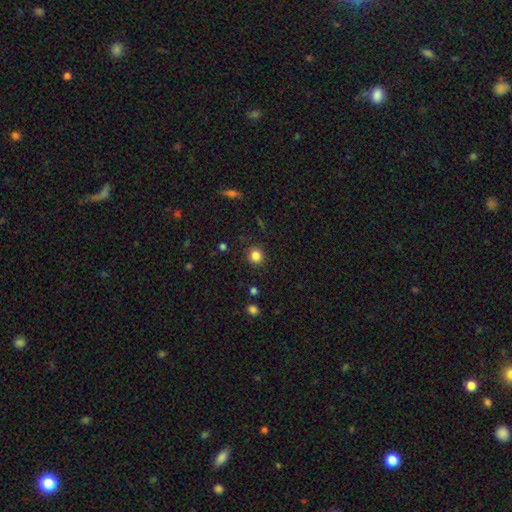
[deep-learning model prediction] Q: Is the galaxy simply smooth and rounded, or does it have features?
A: smooth — 84%.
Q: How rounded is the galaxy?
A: round — 92%.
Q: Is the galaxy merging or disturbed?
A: none — 90%.